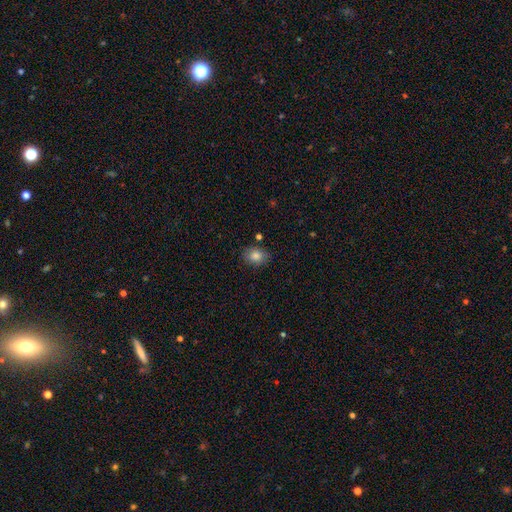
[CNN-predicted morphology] Smooth or featured? smooth (84%)
How rounded? in between (64%)
Merging? none (81%)